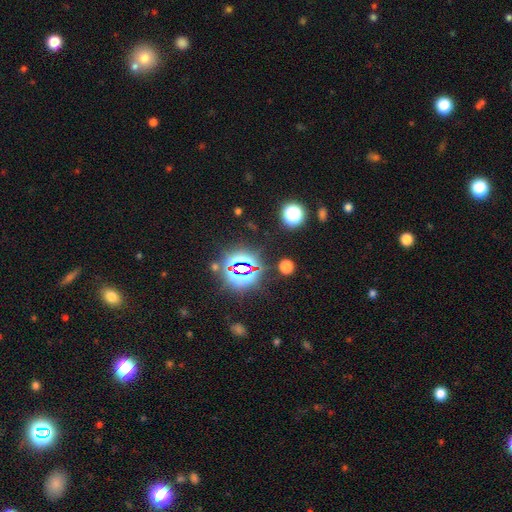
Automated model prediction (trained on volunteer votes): Smooth or featured: star or artifact — 80% (smooth — 13%)